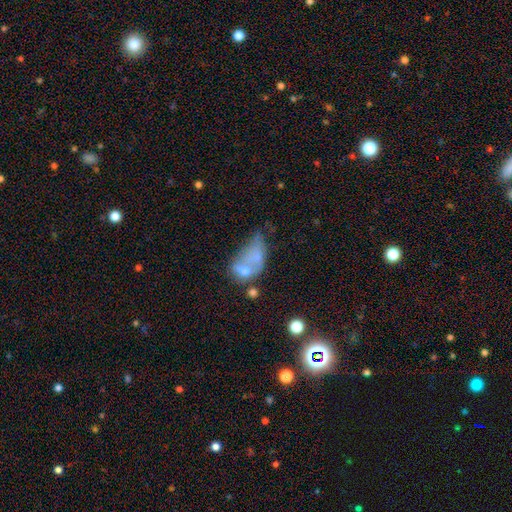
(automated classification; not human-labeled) A smooth galaxy with no disk features (54%) that is in between round and cigar-shaped (85%). Merging: merger (39%).